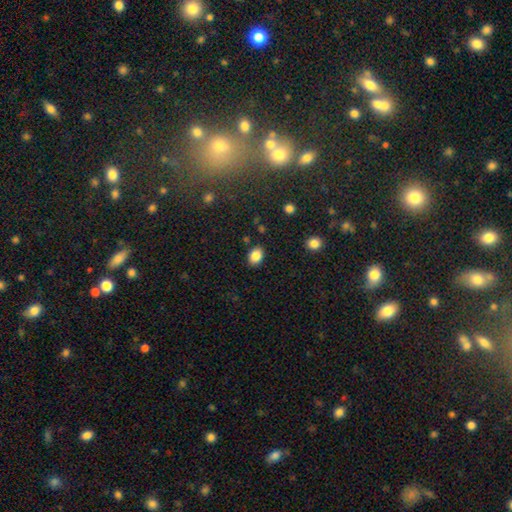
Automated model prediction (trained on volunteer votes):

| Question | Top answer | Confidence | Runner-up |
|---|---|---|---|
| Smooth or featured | smooth | 86% | star or artifact (9%) |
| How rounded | in between | 72% | round (27%) |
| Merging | none | 87% | minor disturbance (9%) |